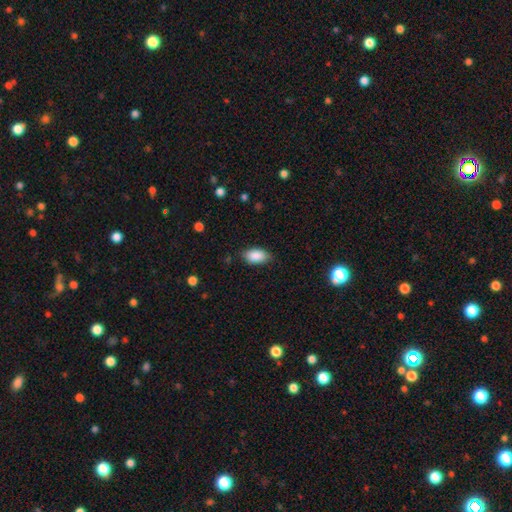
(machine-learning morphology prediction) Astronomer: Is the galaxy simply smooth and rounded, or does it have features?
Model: smooth — 88%.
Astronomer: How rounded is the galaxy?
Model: in between — 93%.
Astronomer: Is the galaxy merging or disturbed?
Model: none — 80%.